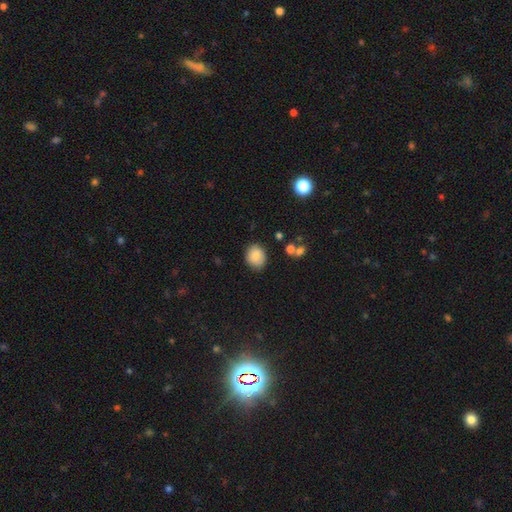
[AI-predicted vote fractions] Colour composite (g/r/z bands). It shows a smooth galaxy with no disk features (85%) that is round (59%). Merging: none (82%).